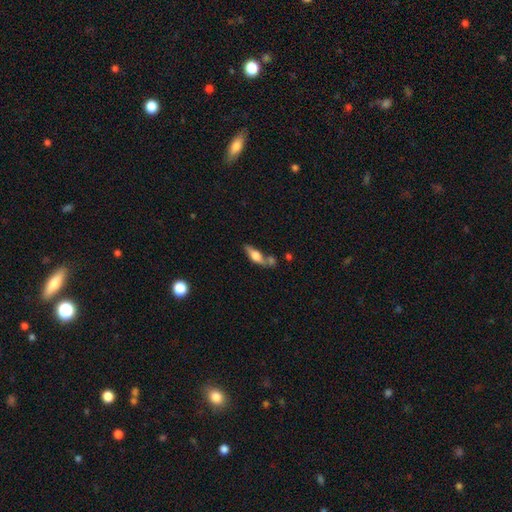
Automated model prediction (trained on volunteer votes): Morphology: type=smooth (47%); merging=none (52%).